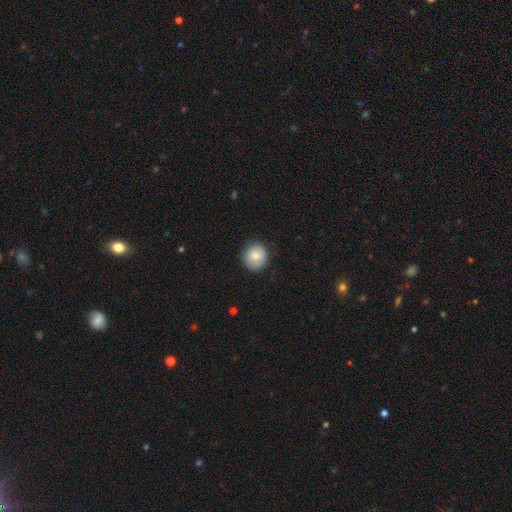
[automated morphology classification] Smooth or featured?
  - smooth: 80% *
  - featured or disk: 12%
  - star or artifact: 8%
How rounded?
  - round: 89% *
  - in between: 10%
  - cigar-shaped: 1%
Merging?
  - none: 83% *
  - minor disturbance: 13%
  - major disturbance: 3%
  - merger: 1%